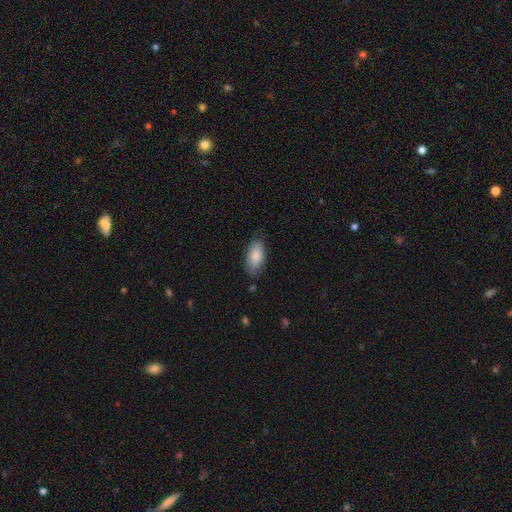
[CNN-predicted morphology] Smooth or featured? smooth (82%)
How rounded? in between (93%)
Merging? none (75%)